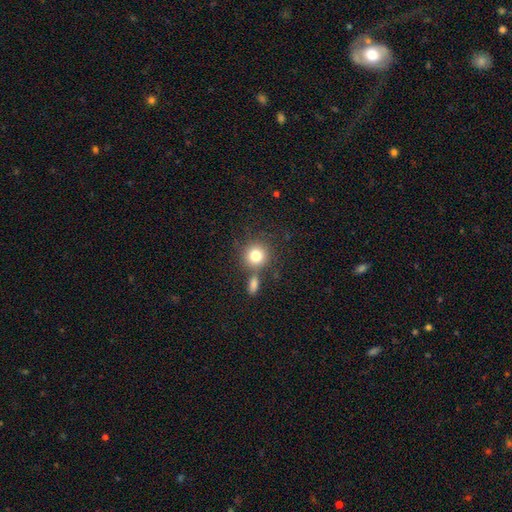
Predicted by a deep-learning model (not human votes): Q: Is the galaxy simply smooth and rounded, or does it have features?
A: smooth — 79%.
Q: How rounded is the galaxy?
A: round — 91%.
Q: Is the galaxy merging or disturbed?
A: none — 68%.